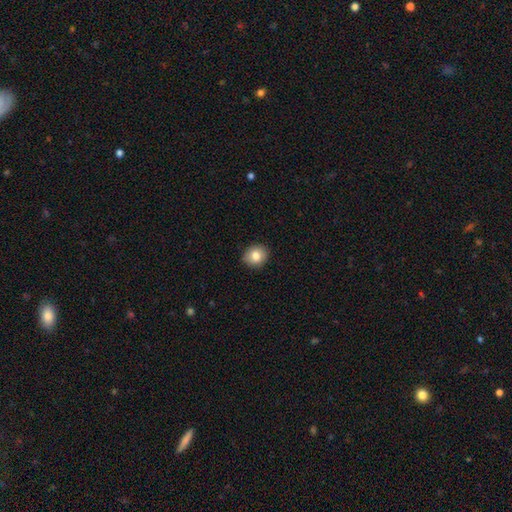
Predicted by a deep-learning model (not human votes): The model was most divided on "how rounded": round: 70%, in between: 29%, cigar-shaped: 1%. More confident: merging — none (90%); smooth or featured — smooth (82%).